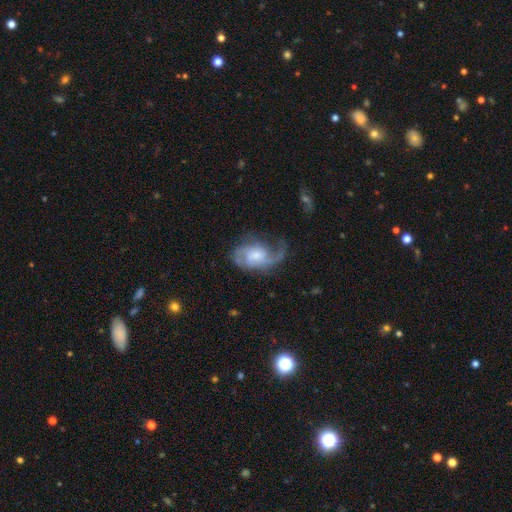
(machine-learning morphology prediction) A featured or disk galaxy (82%) with no bar (58%), 2 (45%) medium (44%) spiral arms (94%) and a moderate central bulge (46%).

Vote fractions:
- Smooth or featured? featured or disk: 82% / smooth: 13% / star or artifact: 6%
- Edge-on disk? no: 97% / yes: 3%
- Bar? no: 58% / weak: 36% / strong: 6%
- Spiral arms? yes: 94% / no: 6%
- Spiral winding? medium: 44% / loose: 39% / tight: 17%
- Spiral arm count? 2: 45% / 1: 24% / can't tell: 13% / 3: 12% / 4: 3% / more than 4: 3%
- Bulge size? moderate: 46% / small: 35% / large: 10% / none: 7% / dominant: 2%
- Merging? none: 49% / major disturbance: 27% / minor disturbance: 22% / merger: 2%